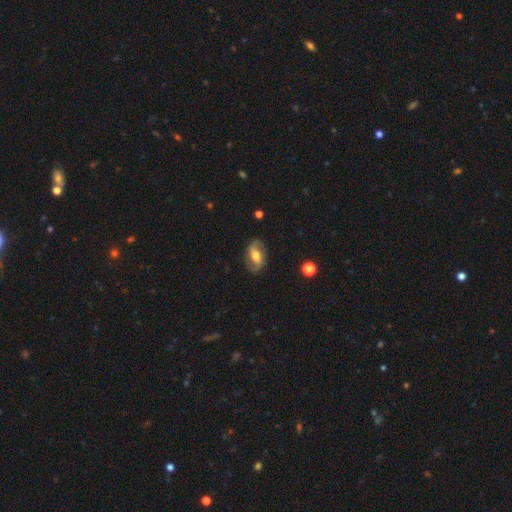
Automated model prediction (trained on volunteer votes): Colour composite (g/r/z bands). It shows a featured or disk galaxy (71%) with a weak bar (39%), 2 (89%) loose (44%) spiral arms (86%) and a moderate central bulge (66%). Merging: none (81%).